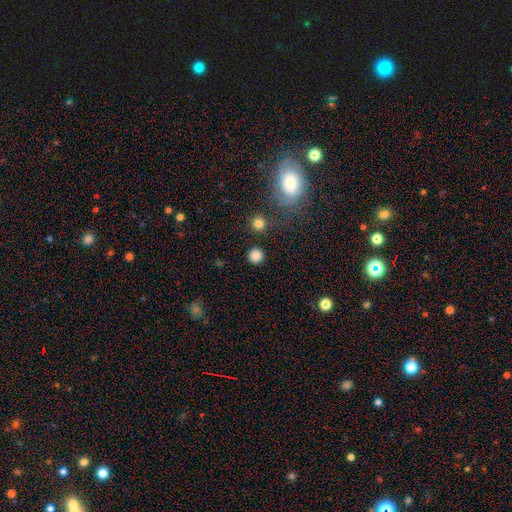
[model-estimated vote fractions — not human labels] Smooth or featured?
  - smooth: 84% *
  - star or artifact: 12%
  - featured or disk: 4%
How rounded?
  - round: 95% *
  - in between: 4%
  - cigar-shaped: 1%
Merging?
  - none: 90% *
  - minor disturbance: 5%
  - major disturbance: 2%
  - merger: 2%